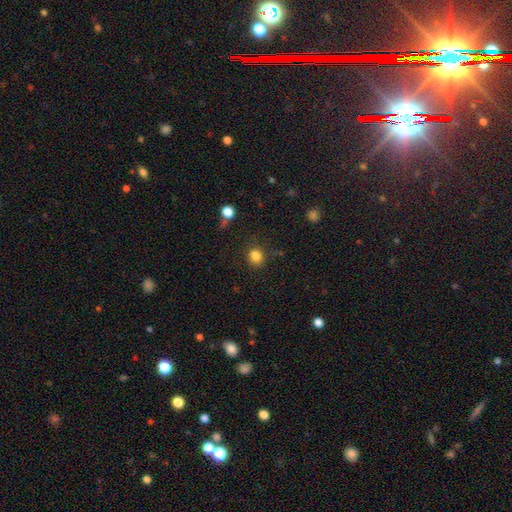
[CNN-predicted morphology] The model was most divided on "how rounded": round: 74%, in between: 25%, cigar-shaped: 1%. More confident: smooth or featured — smooth (84%); merging — none (79%).